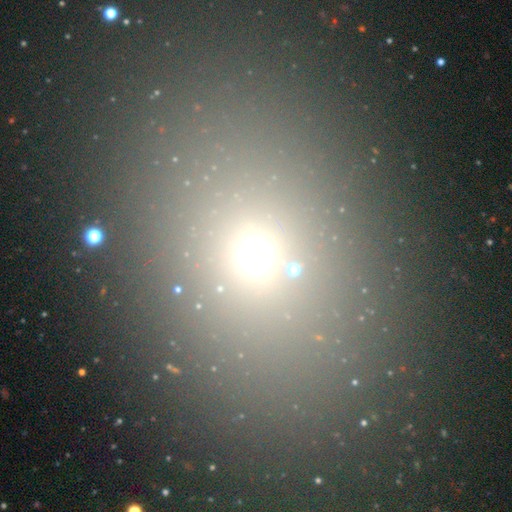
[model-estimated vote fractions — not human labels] smooth 60%, star or artifact 29%, featured or disk 12%. Down the decision tree: how rounded — in between (65%); merging — none (85%).